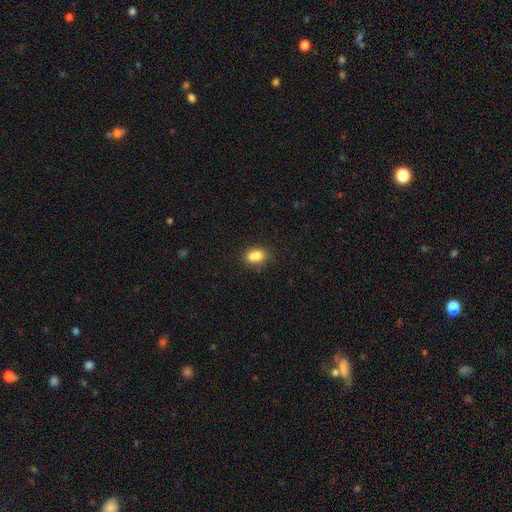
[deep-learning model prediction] smooth 79%, featured or disk 11%, star or artifact 10%. Down the decision tree: how rounded — in between (65%); merging — none (50%).